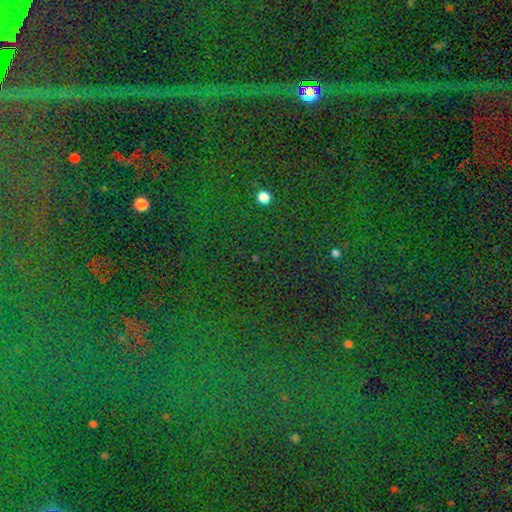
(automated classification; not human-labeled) Smooth or featured? Predicted: star or artifact (p=0.81).